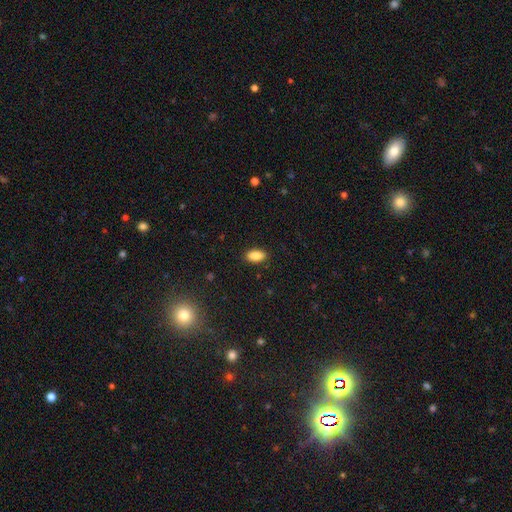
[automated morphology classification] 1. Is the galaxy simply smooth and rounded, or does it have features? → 88% smooth, 8% star or artifact, 4% featured or disk.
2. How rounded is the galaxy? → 92% in between, 4% cigar-shaped, 4% round.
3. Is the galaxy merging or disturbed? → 89% none, 8% minor disturbance, 2% major disturbance, 1% merger.